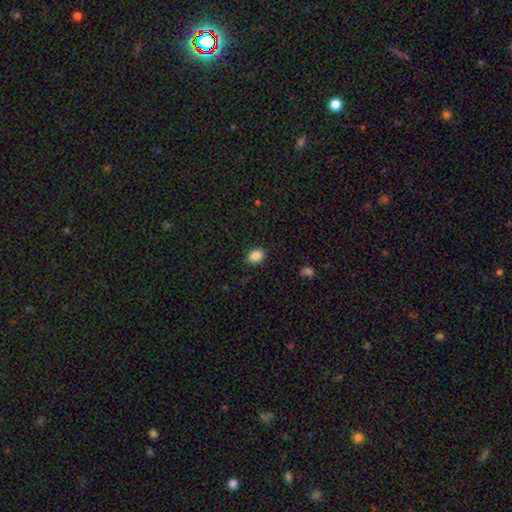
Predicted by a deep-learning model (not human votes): Overall: smooth (87%). How rounded: in between (68%; round 31%). Merging: none (88%).